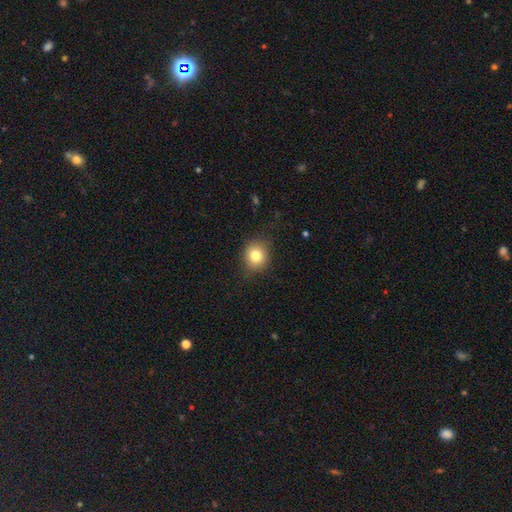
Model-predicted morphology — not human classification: This appears to be a smooth galaxy with no disk features (80%) that is round (79%). Merging: none (85%).